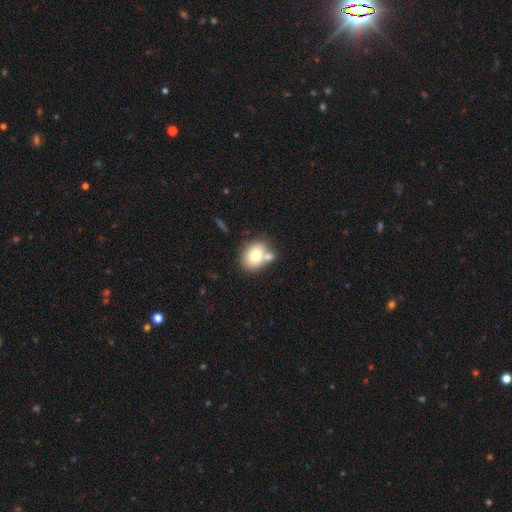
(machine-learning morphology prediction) type=smooth (71%); roundness=round (51%); merging=none (52%).